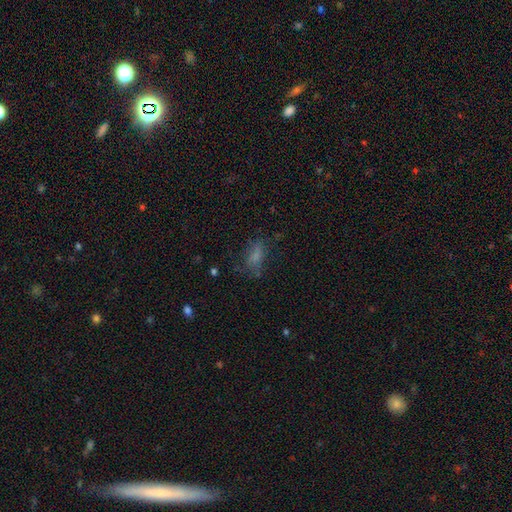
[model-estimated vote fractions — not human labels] Overall: smooth (65%). How rounded: in between (75%). Merging: none (52%; minor disturbance 24%).